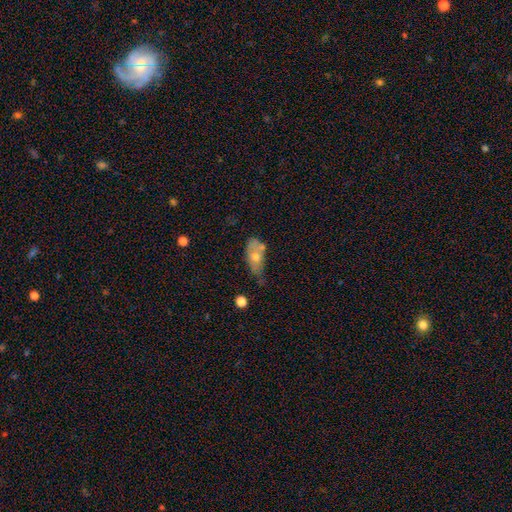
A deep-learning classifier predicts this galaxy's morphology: smooth-or-featured: smooth: 61% | featured or disk: 31% | star or artifact: 8%
  how-rounded: in between: 86% | cigar-shaped: 7% | round: 6%
  merging: none: 34% | minor disturbance: 32% | merger: 20% | major disturbance: 14%